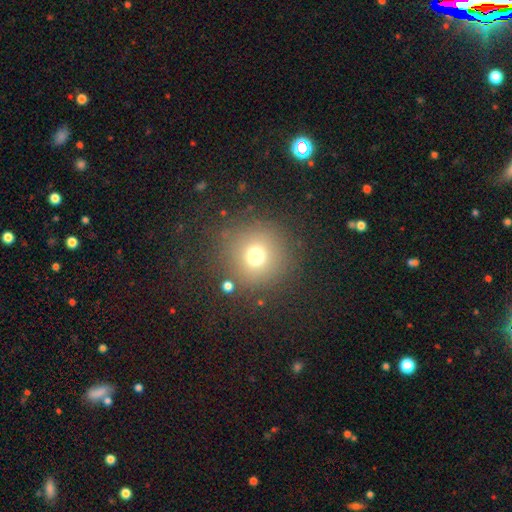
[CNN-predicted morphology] A smooth galaxy with no disk features (70%) that is round (94%).

Vote fractions:
- Smooth or featured? smooth: 70% / star or artifact: 19% / featured or disk: 11%
- How rounded? round: 94% / in between: 5% / cigar-shaped: 1%
- Merging? none: 84% / minor disturbance: 8% / major disturbance: 5% / merger: 3%